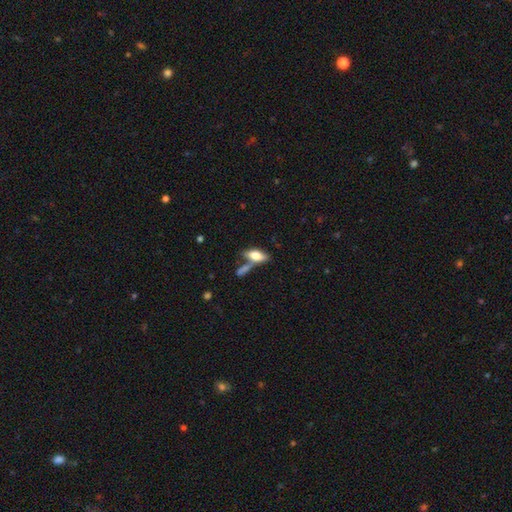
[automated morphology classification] This appears to be a smooth galaxy with no disk features (66%) that is in between round and cigar-shaped (74%). Merging: none (50%).